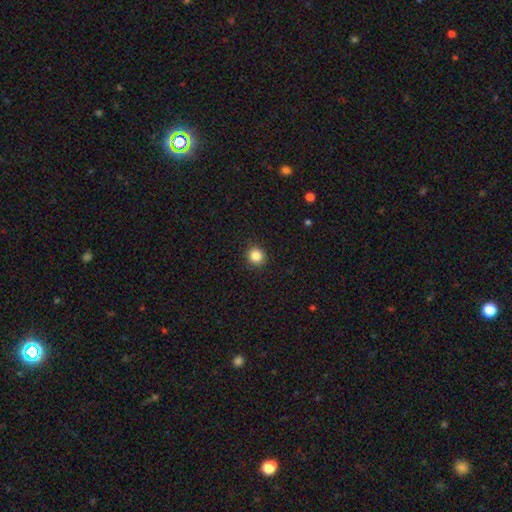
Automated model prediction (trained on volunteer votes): The model was most divided on "smooth or featured": smooth: 85%, star or artifact: 11%, featured or disk: 4%. More confident: how rounded — round (93%); merging — none (92%).